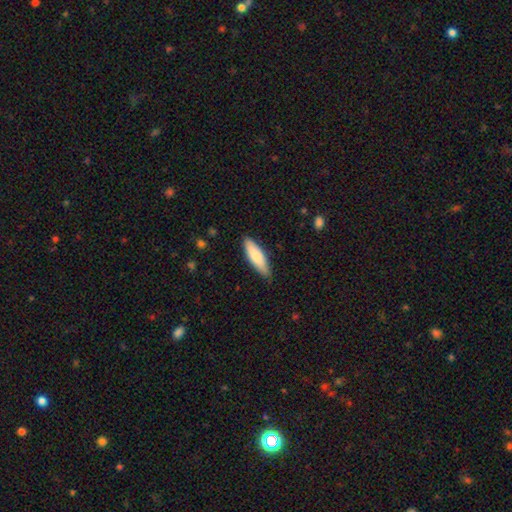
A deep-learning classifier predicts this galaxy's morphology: Smooth or featured? smooth (79%)
How rounded? cigar-shaped (55%)
Merging? none (84%)